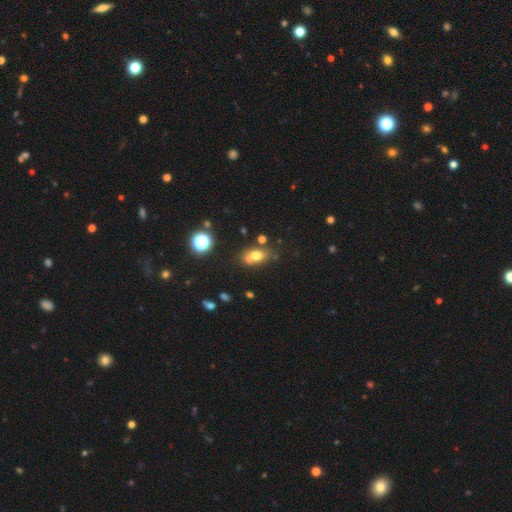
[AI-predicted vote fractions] This is likely a smooth galaxy (69%). How rounded: likely in between (71%). Merging: possibly none (50%).